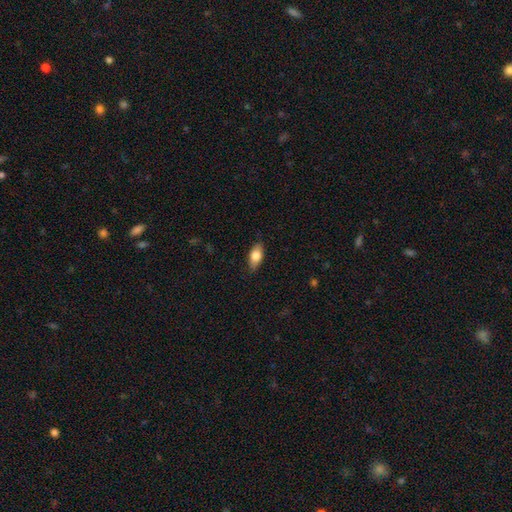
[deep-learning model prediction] smooth-or-featured: smooth: 75% | featured or disk: 18% | star or artifact: 7%
  how-rounded: in between: 86% | cigar-shaped: 10% | round: 4%
  merging: none: 85% | minor disturbance: 12% | major disturbance: 2% | merger: 1%